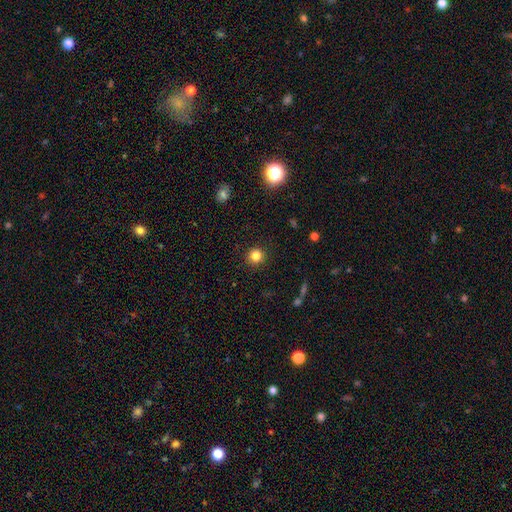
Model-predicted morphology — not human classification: A smooth galaxy with no disk features (83%) that is round (94%). Merging: none (91%).